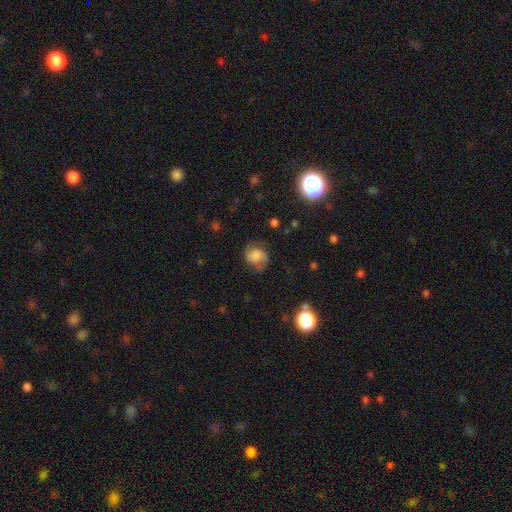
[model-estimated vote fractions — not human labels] The model was most divided on "how rounded": round: 60%, in between: 39%, cigar-shaped: 1%. More confident: smooth or featured — smooth (58%); merging — none (56%).